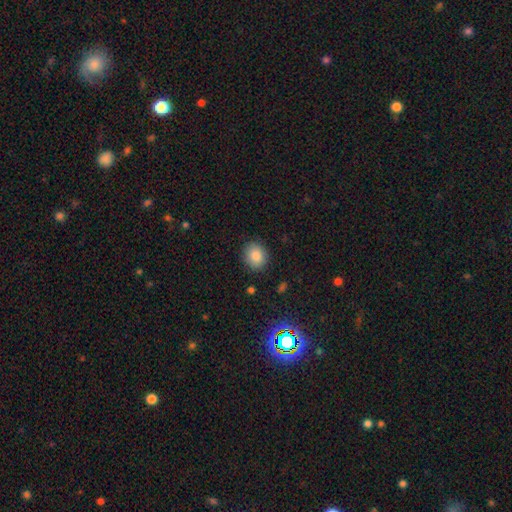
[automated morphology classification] This is clearly a smooth galaxy (85%). How rounded: likely round (67%). Merging: clearly none (88%).